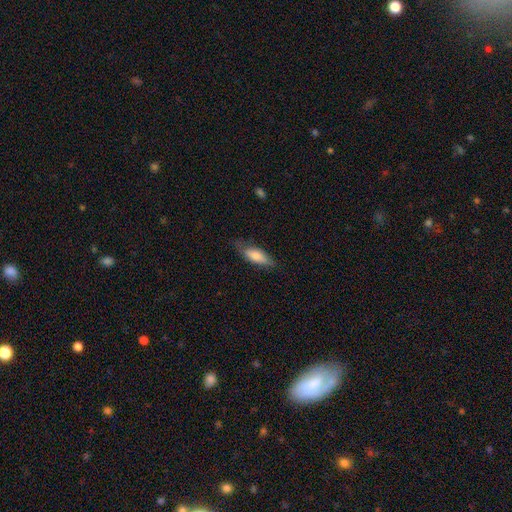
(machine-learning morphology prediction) Q: Smooth or featured?
A: smooth (73%); runner-up: featured or disk (21%)
Q: How rounded?
A: in between (62%); runner-up: cigar-shaped (36%)
Q: Merging?
A: none (69%); runner-up: minor disturbance (24%)